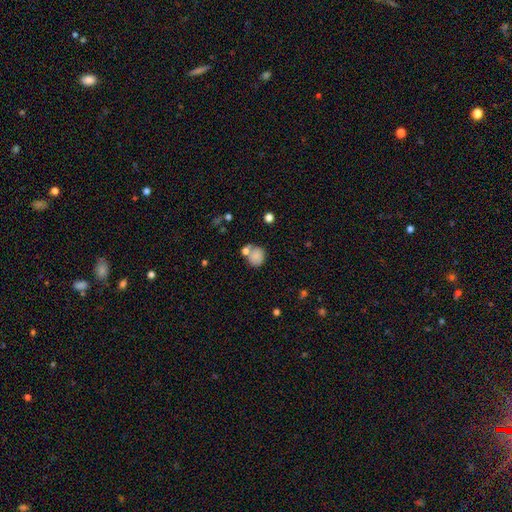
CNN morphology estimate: Smooth or featured?
  - smooth: 82% *
  - star or artifact: 10%
  - featured or disk: 8%
How rounded?
  - round: 80% *
  - in between: 19%
  - cigar-shaped: 1%
Merging?
  - none: 58% *
  - merger: 22%
  - minor disturbance: 15%
  - major disturbance: 6%